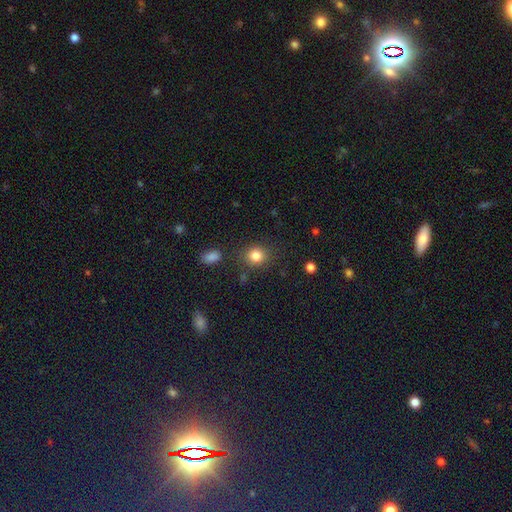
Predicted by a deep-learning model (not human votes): smooth_or_featured: smooth (p=0.82) [alt: star or artifact p=0.12]
how_rounded: round (p=0.79) [alt: in between p=0.20]
merging: none (p=0.82) [alt: minor disturbance p=0.10]